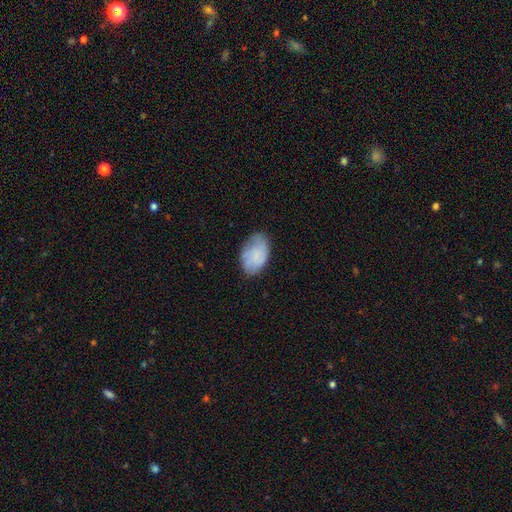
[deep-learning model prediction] smooth-or-featured: smooth: 70% | featured or disk: 22% | star or artifact: 7%
  how-rounded: in between: 90% | round: 9% | cigar-shaped: 1%
  merging: none: 67% | minor disturbance: 25% | major disturbance: 7% | merger: 1%